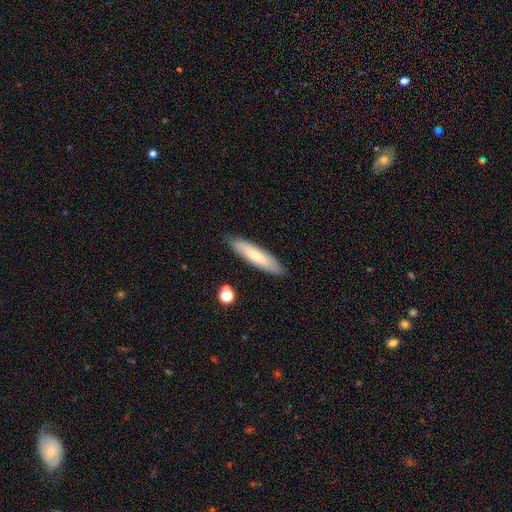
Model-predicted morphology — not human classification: Q: Smooth or featured?
A: smooth (68%); runner-up: featured or disk (25%)
Q: How rounded?
A: cigar-shaped (75%); runner-up: in between (24%)
Q: Merging?
A: none (87%); runner-up: minor disturbance (10%)